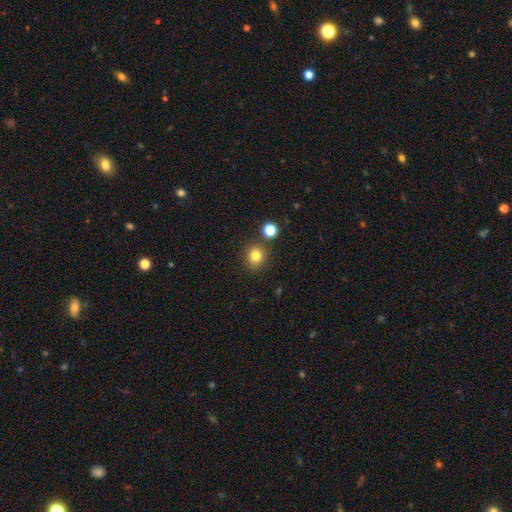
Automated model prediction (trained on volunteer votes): This appears to be a smooth galaxy with no disk features (81%) that is round (84%). Merging: none (82%).